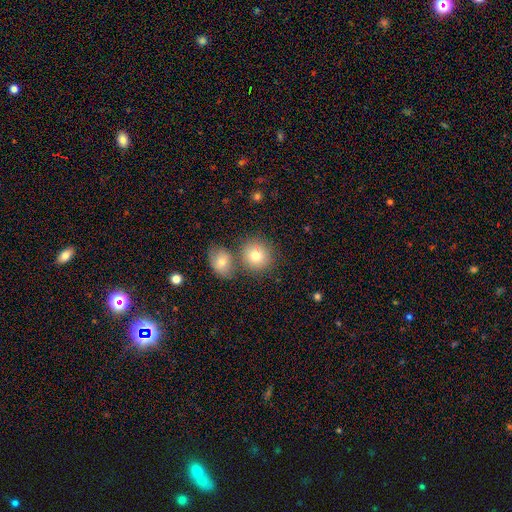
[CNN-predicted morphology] Smooth or featured? Predicted: smooth (p=0.78). How rounded? Predicted: round (p=0.84). Merging? Predicted: none (p=0.61).